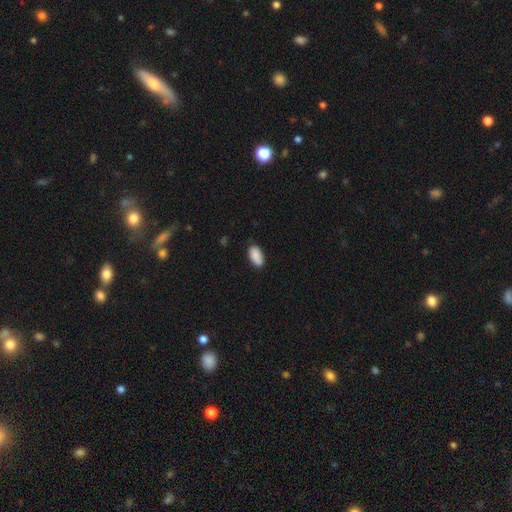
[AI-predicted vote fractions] smooth_or_featured: smooth (p=0.89) [alt: star or artifact p=0.07]
how_rounded: in between (p=0.94) [alt: cigar-shaped p=0.03]
merging: none (p=0.80) [alt: minor disturbance p=0.16]